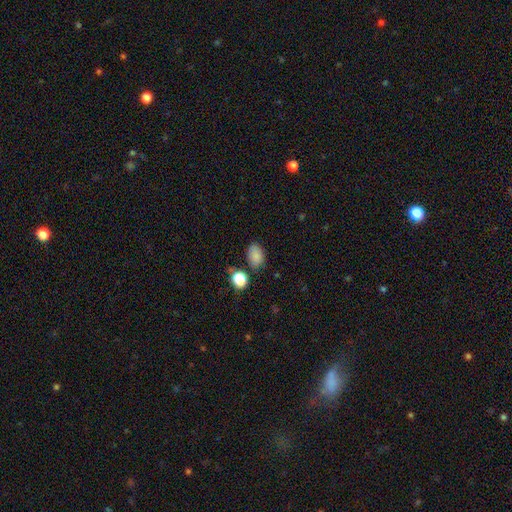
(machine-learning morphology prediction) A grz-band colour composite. It shows a smooth galaxy with no disk features (82%) that is in between round and cigar-shaped (80%). Merging: none (75%).